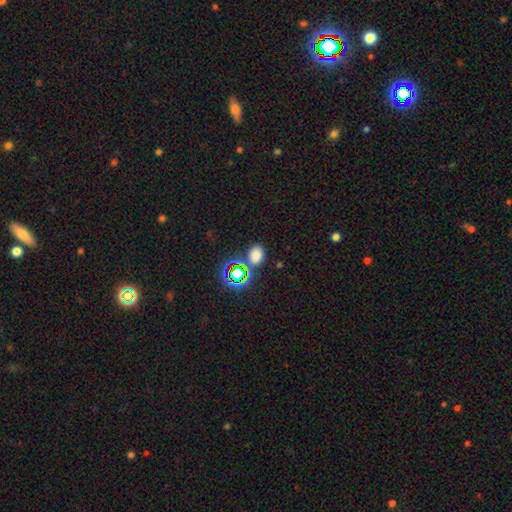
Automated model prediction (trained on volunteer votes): smooth-or-featured: smooth: 69% | star or artifact: 25% | featured or disk: 6%
  how-rounded: in between: 68% | round: 31% | cigar-shaped: 1%
  merging: none: 71% | minor disturbance: 13% | merger: 12% | major disturbance: 5%